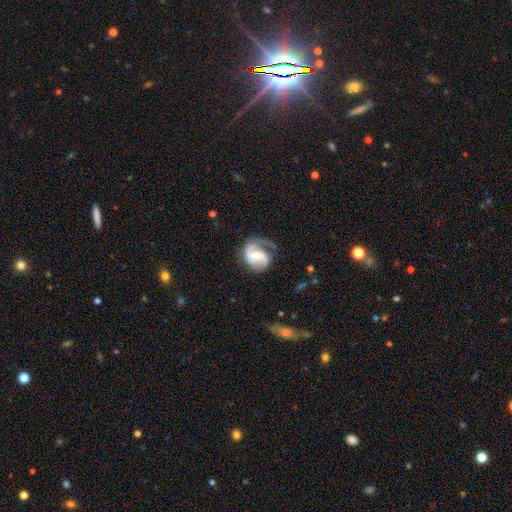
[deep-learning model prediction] smooth_or_featured: featured or disk (p=0.82) [alt: smooth p=0.13]
disk_edge_on: no (p=0.98) [alt: yes p=0.02]
bar: weak (p=0.47) [alt: no p=0.29]
has_spiral_arms: yes (p=0.94) [alt: no p=0.06]
spiral_winding: medium (p=0.47) [alt: tight p=0.30]
spiral_arm_count: 2 (p=0.72) [alt: 1 p=0.18]
bulge_size: moderate (p=0.56) [alt: small p=0.36]
merging: none (p=0.55) [alt: minor disturbance p=0.24]